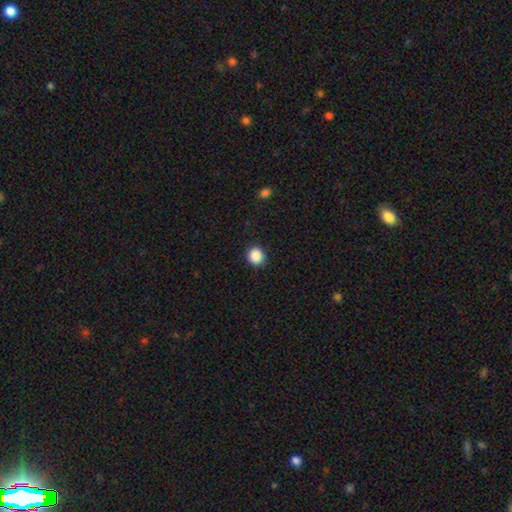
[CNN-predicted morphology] Smooth or featured?
  - smooth: 88% *
  - star or artifact: 9%
  - featured or disk: 3%
How rounded?
  - round: 83% *
  - in between: 16%
  - cigar-shaped: 1%
Merging?
  - none: 89% *
  - minor disturbance: 8%
  - major disturbance: 2%
  - merger: 1%